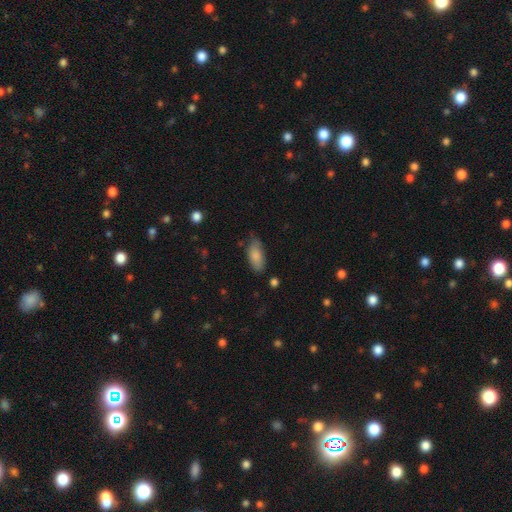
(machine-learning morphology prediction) Overall: smooth (83%). How rounded: in between (85%). Merging: none (64%; minor disturbance 28%).